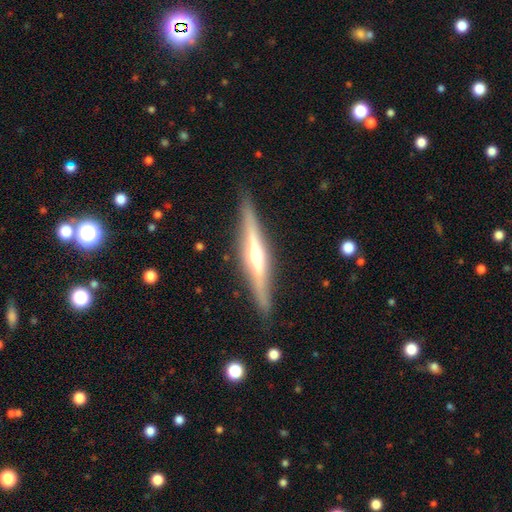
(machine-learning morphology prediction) Smooth or featured? featured or disk (76%)
Edge-on disk? yes (97%)
Edge-on bulge? rounded (85%)
Merging? none (88%)